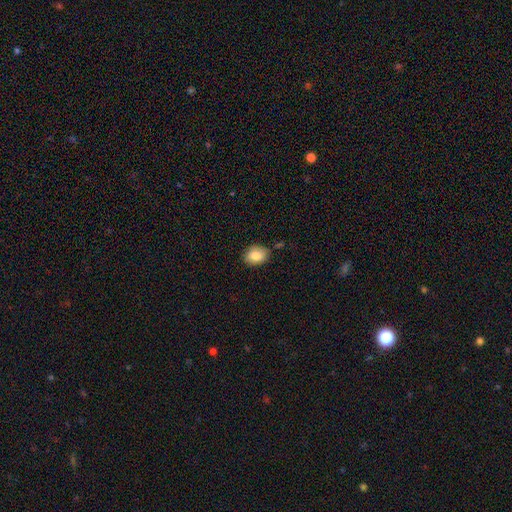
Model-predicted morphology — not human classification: smooth 84%, featured or disk 9%, star or artifact 8%. Down the decision tree: how rounded — in between (68%); merging — none (79%).